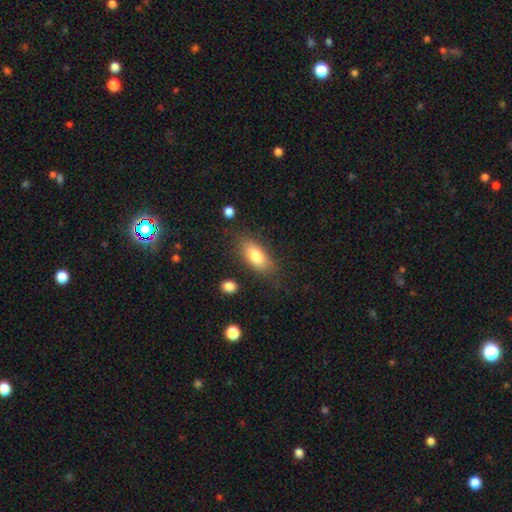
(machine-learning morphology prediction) A smooth galaxy with no disk features (79%) that is in between round and cigar-shaped (84%). Merging: none (78%).